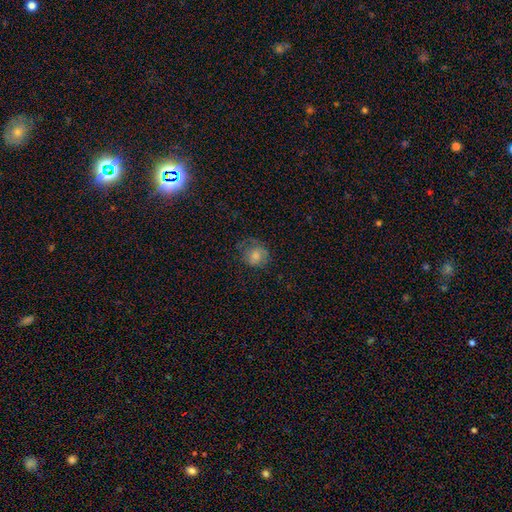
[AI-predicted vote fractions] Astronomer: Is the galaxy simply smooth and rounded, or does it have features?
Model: smooth — 73%.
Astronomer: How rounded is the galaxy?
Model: round — 73%.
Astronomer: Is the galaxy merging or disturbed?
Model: none — 55%.